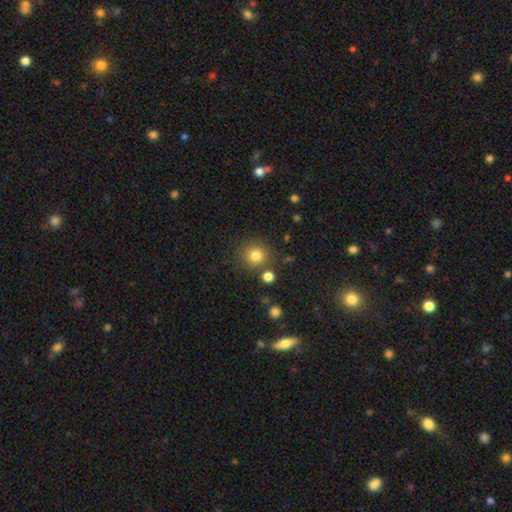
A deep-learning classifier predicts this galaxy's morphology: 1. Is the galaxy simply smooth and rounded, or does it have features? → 81% smooth, 12% star or artifact, 7% featured or disk.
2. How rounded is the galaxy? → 91% round, 8% in between, 1% cigar-shaped.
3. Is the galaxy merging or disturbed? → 80% none, 9% minor disturbance, 7% merger, 3% major disturbance.